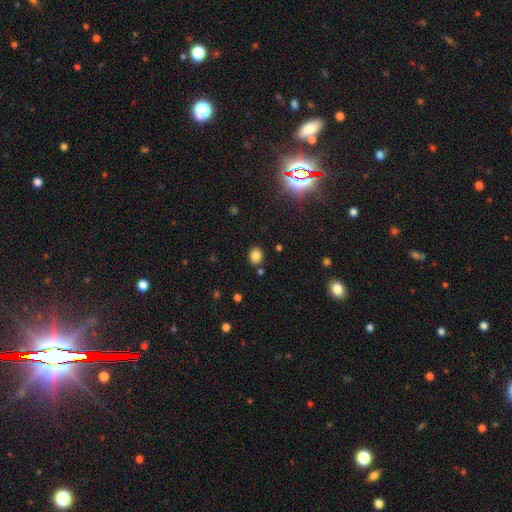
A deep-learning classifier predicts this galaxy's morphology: smooth_or_featured: smooth (p=0.83) [alt: star or artifact p=0.12]
how_rounded: round (p=0.64) [alt: in between p=0.35]
merging: none (p=0.84) [alt: minor disturbance p=0.09]